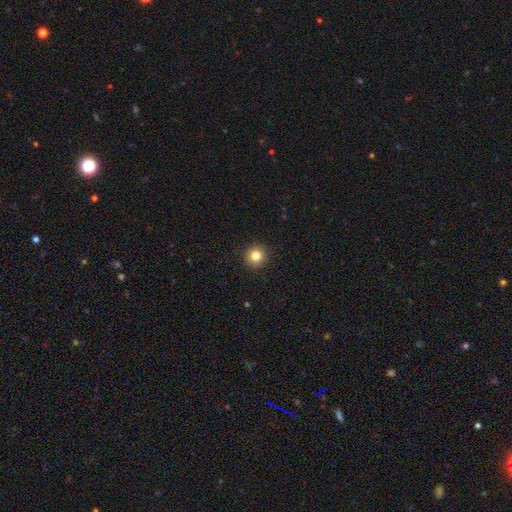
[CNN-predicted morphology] A smooth galaxy with no disk features (82%) that is round (94%). Merging: none (93%).